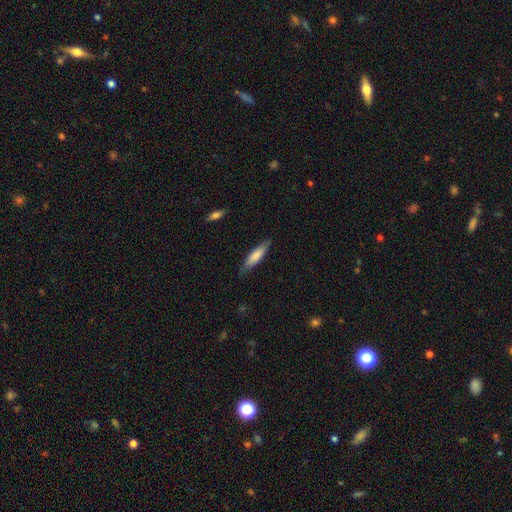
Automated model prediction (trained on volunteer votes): Overall: smooth (72%). How rounded: cigar-shaped (76%). Merging: none (82%).